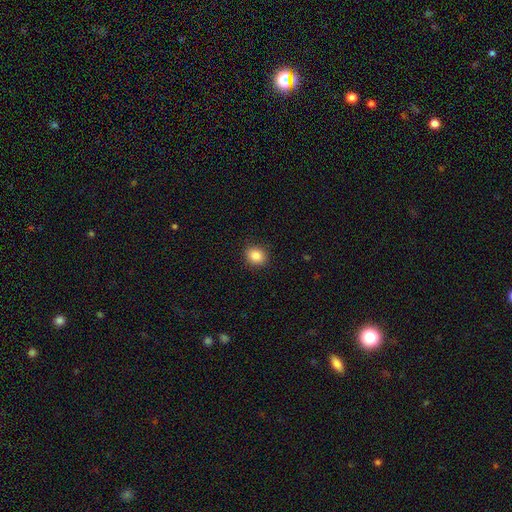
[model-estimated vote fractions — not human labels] This appears to be a smooth galaxy with no disk features (86%) that is round (66%). Merging: none (90%).